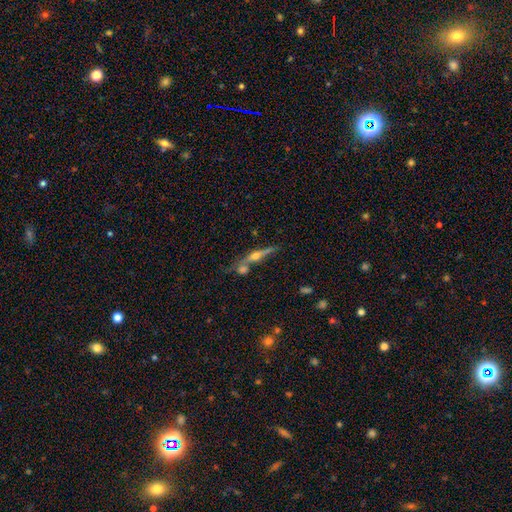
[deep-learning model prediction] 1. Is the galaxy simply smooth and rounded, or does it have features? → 73% featured or disk, 19% smooth, 9% star or artifact.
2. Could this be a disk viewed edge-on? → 94% yes, 6% no.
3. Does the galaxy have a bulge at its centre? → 92% rounded, 4% boxy, 4% none.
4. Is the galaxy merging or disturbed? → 57% none, 26% merger, 12% minor disturbance, 5% major disturbance.